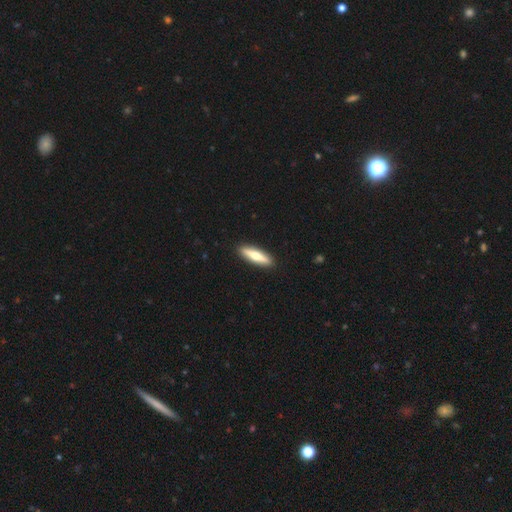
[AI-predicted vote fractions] smooth_or_featured: smooth (p=0.59) [alt: featured or disk p=0.36]
how_rounded: cigar-shaped (p=0.74) [alt: in between p=0.25]
merging: none (p=0.92) [alt: minor disturbance p=0.06]